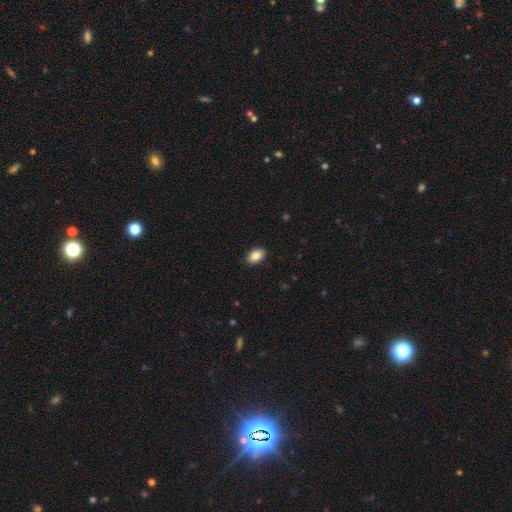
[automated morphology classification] Q: Smooth or featured?
A: smooth (87%); runner-up: star or artifact (8%)
Q: How rounded?
A: in between (88%); runner-up: round (10%)
Q: Merging?
A: none (90%); runner-up: minor disturbance (7%)